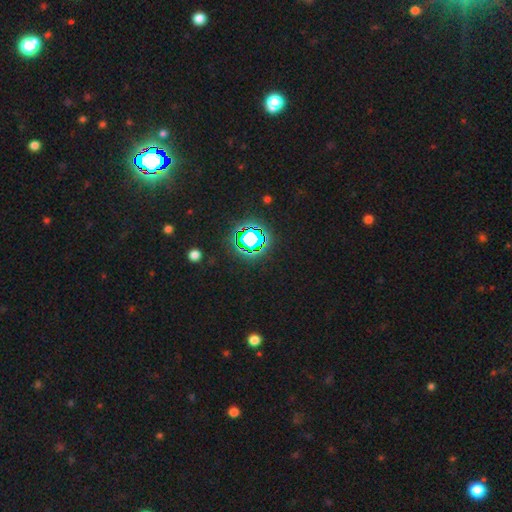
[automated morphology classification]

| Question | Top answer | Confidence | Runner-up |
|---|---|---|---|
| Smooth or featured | star or artifact | 82% | smooth (11%) |